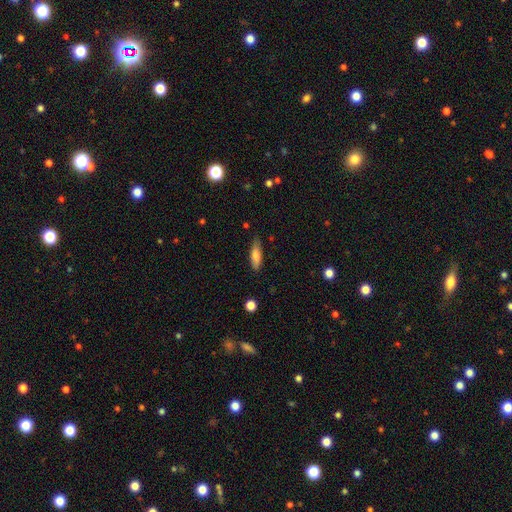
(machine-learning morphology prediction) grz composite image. It shows a smooth galaxy with no disk features (74%) that is cigar-shaped (51%). Merging: none (79%).